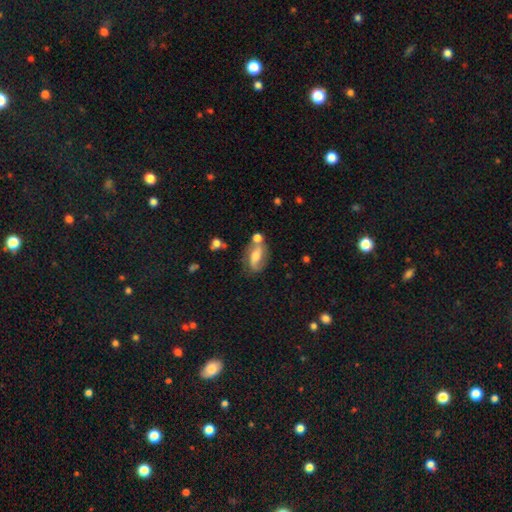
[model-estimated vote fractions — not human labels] smooth_or_featured: featured or disk (p=0.49) [alt: smooth p=0.42]
merging: none (p=0.53) [alt: minor disturbance p=0.20]